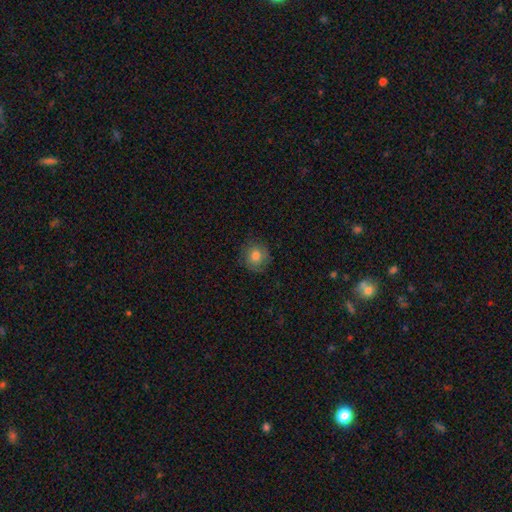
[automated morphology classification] Q: Smooth or featured?
A: smooth (77%); runner-up: featured or disk (13%)
Q: How rounded?
A: round (89%); runner-up: in between (10%)
Q: Merging?
A: none (83%); runner-up: minor disturbance (13%)